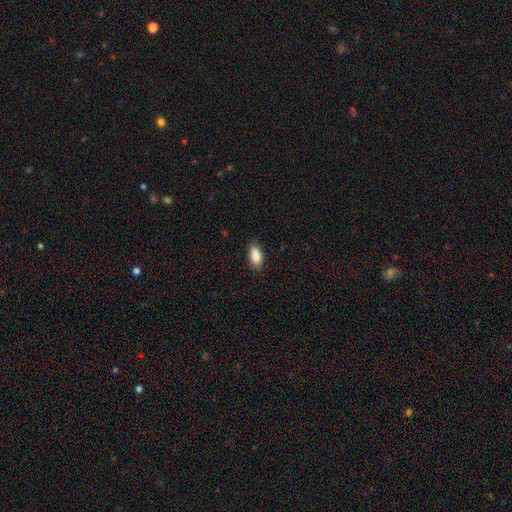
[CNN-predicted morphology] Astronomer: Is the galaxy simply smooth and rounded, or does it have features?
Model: smooth — 87%.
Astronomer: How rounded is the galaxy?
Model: in between — 89%.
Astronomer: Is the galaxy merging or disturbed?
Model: none — 84%.